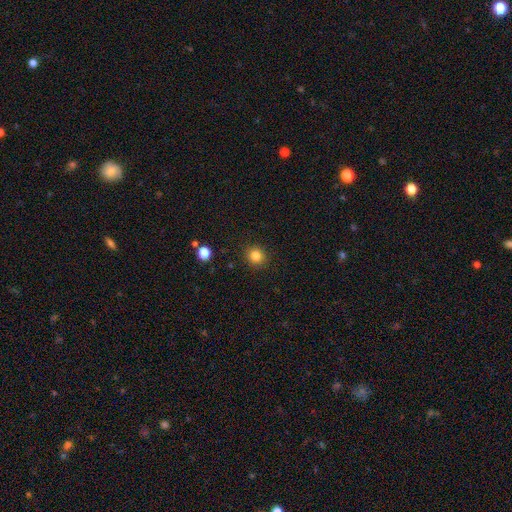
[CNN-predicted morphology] A smooth galaxy with no disk features (84%) that is round (90%).

Vote fractions:
- Smooth or featured? smooth: 84% / star or artifact: 11% / featured or disk: 5%
- How rounded? round: 90% / in between: 9% / cigar-shaped: 1%
- Merging? none: 90% / minor disturbance: 6% / major disturbance: 2% / merger: 1%